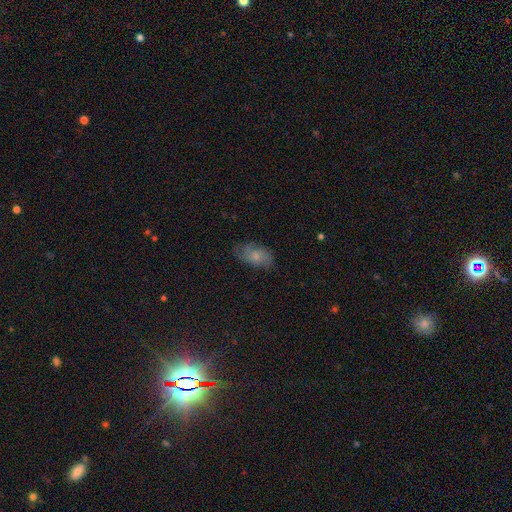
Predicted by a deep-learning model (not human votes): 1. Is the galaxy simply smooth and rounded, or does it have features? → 48% smooth, 43% featured or disk, 9% star or artifact.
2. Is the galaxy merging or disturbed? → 66% none, 24% minor disturbance, 9% major disturbance, 1% merger.